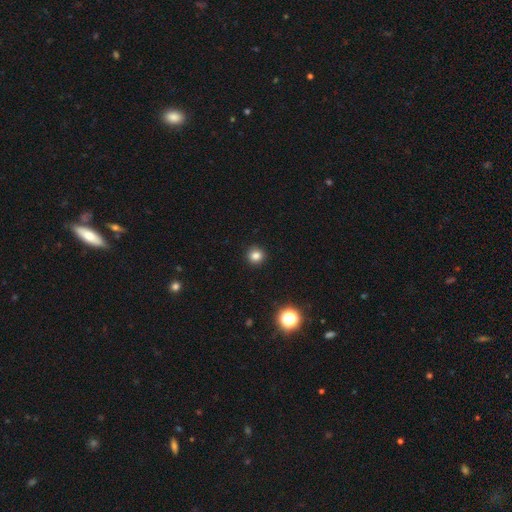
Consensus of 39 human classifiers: Smooth or featured: smooth — 90% (featured or disk — 5%)
How rounded: round — 94% (in between — 6%)
Merging: none — 100%